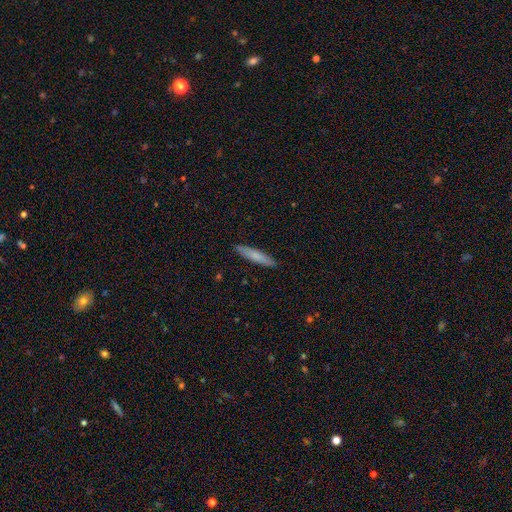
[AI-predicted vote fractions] Smooth or featured: smooth — 73% (featured or disk — 21%)
How rounded: cigar-shaped — 89% (in between — 10%)
Merging: none — 90% (minor disturbance — 7%)